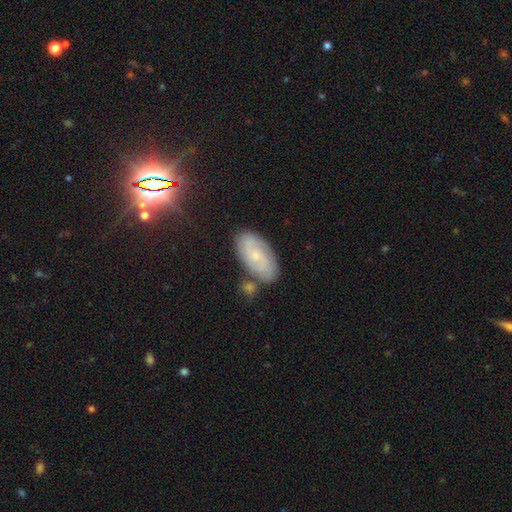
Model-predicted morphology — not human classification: This appears to be a smooth galaxy with no disk features (46%). Merging: none (73%).